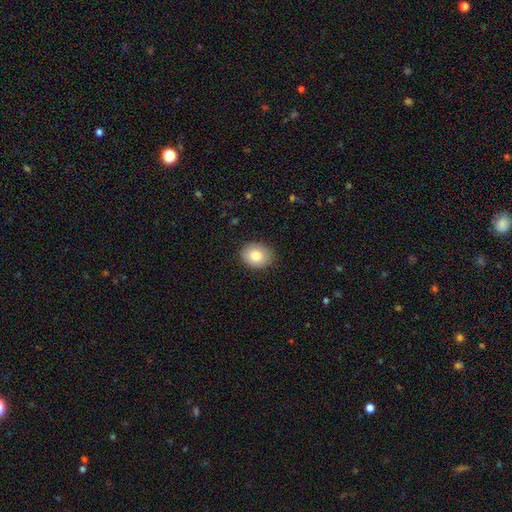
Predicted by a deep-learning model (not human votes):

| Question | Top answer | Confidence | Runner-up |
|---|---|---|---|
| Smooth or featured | smooth | 81% | featured or disk (11%) |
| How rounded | in between | 52% | round (47%) |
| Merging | none | 88% | minor disturbance (9%) |